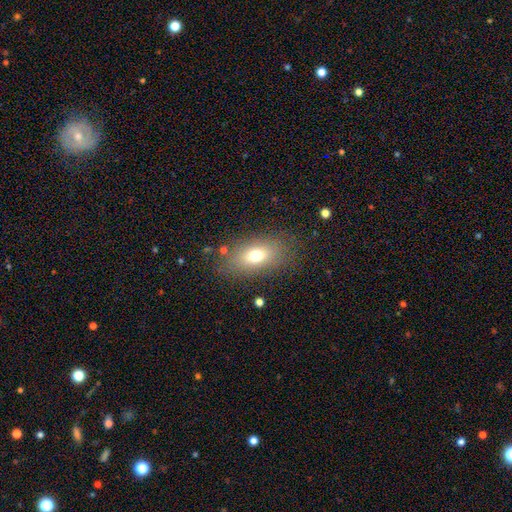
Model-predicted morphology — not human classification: The model was most divided on "smooth or featured": smooth: 71%, featured or disk: 17%, star or artifact: 12%. More confident: how rounded — in between (82%); merging — none (81%).